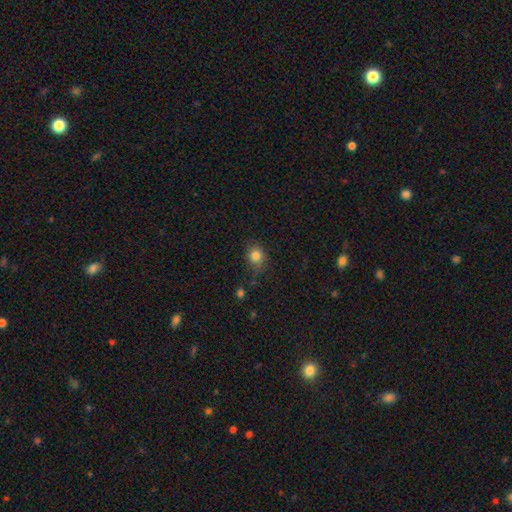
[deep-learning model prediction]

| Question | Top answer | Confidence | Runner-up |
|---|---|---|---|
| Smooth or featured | smooth | 83% | star or artifact (12%) |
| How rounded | round | 75% | in between (24%) |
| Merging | none | 75% | minor disturbance (18%) |